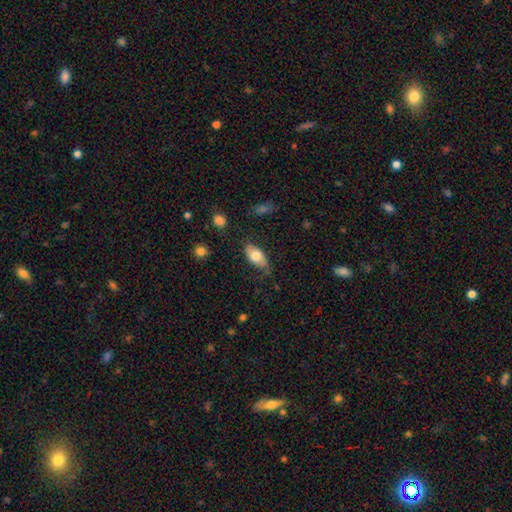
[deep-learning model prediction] A smooth galaxy with no disk features (72%) that is in between round and cigar-shaped (91%).

Vote fractions:
- Smooth or featured? smooth: 72% / featured or disk: 22% / star or artifact: 6%
- How rounded? in between: 91% / round: 5% / cigar-shaped: 4%
- Merging? none: 72% / minor disturbance: 21% / major disturbance: 5% / merger: 2%